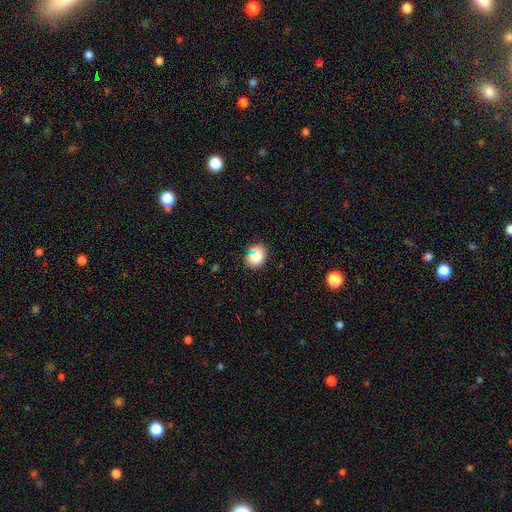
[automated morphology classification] Smooth or featured?
  - smooth: 80% *
  - star or artifact: 12%
  - featured or disk: 8%
How rounded?
  - round: 60% *
  - in between: 39%
  - cigar-shaped: 1%
Merging?
  - none: 78% *
  - minor disturbance: 15%
  - merger: 4%
  - major disturbance: 3%